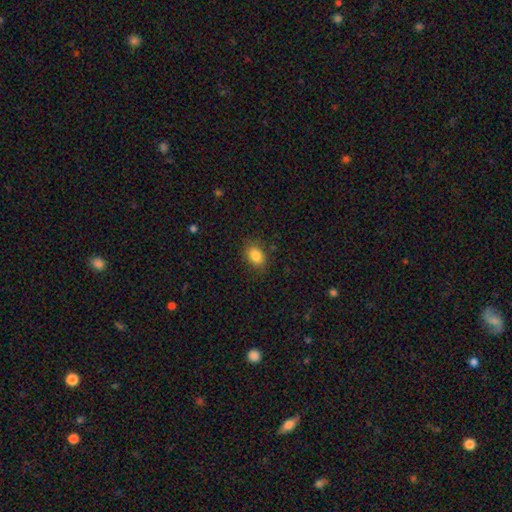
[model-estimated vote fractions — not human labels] Smooth or featured?
  - smooth: 85% *
  - star or artifact: 9%
  - featured or disk: 6%
How rounded?
  - in between: 78% *
  - round: 21%
  - cigar-shaped: 1%
Merging?
  - none: 83% *
  - minor disturbance: 12%
  - major disturbance: 3%
  - merger: 1%